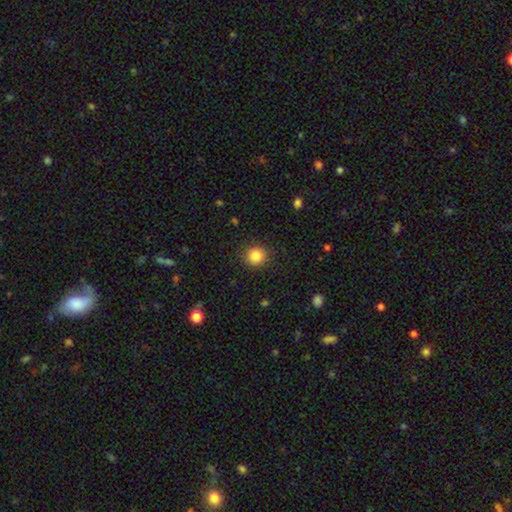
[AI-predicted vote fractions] Smooth or featured? Predicted: smooth (p=0.85). How rounded? Predicted: round (p=0.89). Merging? Predicted: none (p=0.89).